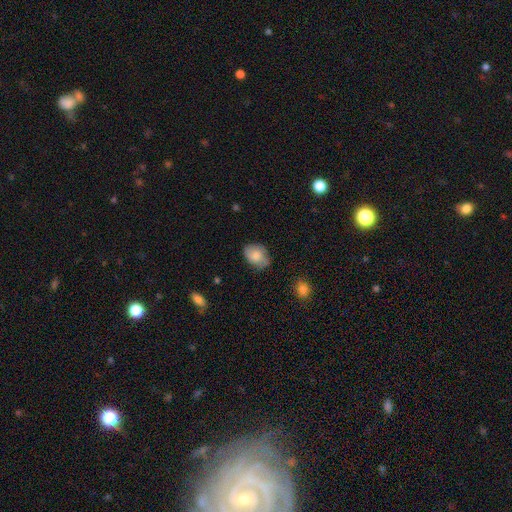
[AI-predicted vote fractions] smooth 74%, featured or disk 18%, star or artifact 8%. Down the decision tree: how rounded — in between (70%); merging — none (65%).